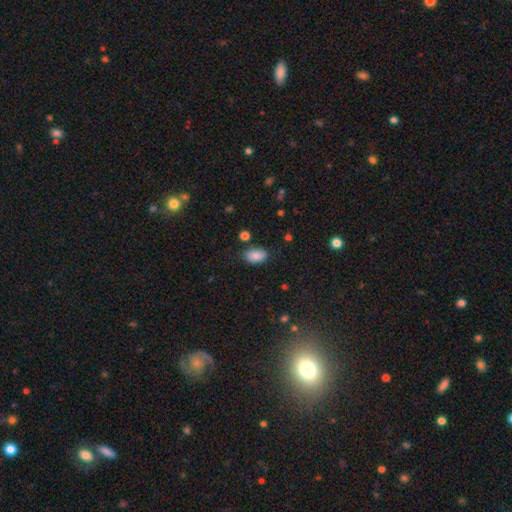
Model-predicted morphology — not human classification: smooth 86%, star or artifact 8%, featured or disk 6%. Down the decision tree: how rounded — in between (91%); merging — none (79%).